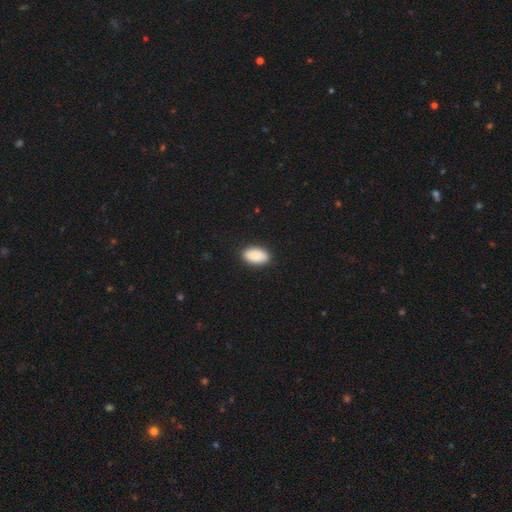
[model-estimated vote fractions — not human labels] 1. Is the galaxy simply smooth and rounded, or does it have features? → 90% smooth, 6% star or artifact, 4% featured or disk.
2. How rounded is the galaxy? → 94% in between, 4% round, 2% cigar-shaped.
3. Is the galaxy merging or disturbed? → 89% none, 8% minor disturbance, 2% major disturbance, 1% merger.